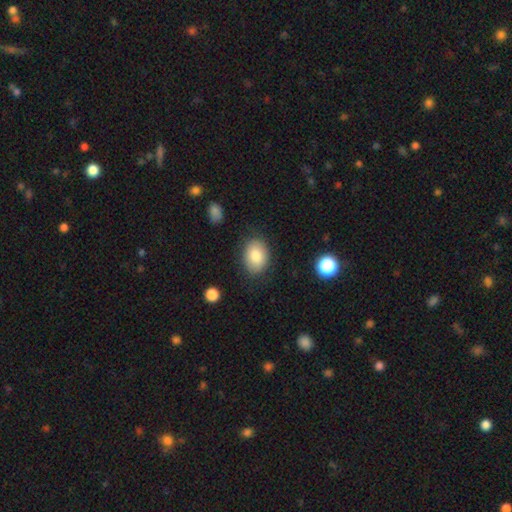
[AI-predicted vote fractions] This is clearly a smooth galaxy (82%). How rounded: likely in between (70%). Merging: clearly none (83%).